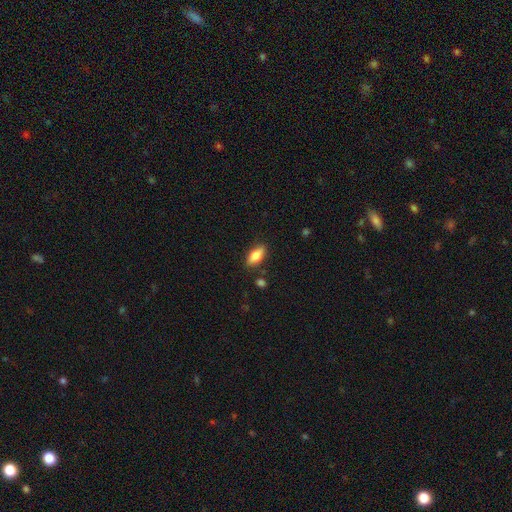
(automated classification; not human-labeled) Smooth or featured?
  - smooth: 77% *
  - featured or disk: 16%
  - star or artifact: 7%
How rounded?
  - in between: 83% *
  - cigar-shaped: 14%
  - round: 3%
Merging?
  - none: 83% *
  - minor disturbance: 12%
  - merger: 3%
  - major disturbance: 2%